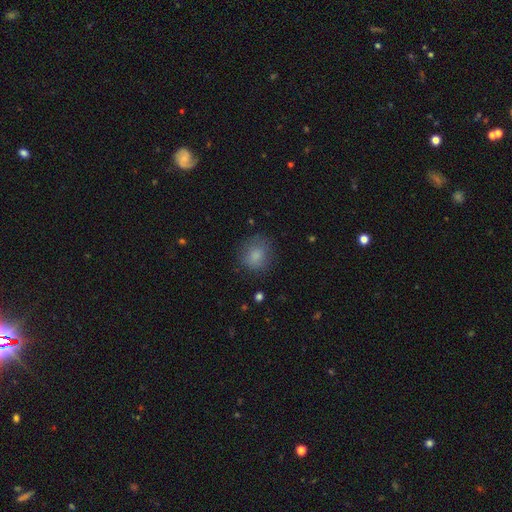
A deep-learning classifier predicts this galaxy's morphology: This appears to be a smooth galaxy with no disk features (82%) that is round (77%). Merging: none (76%).